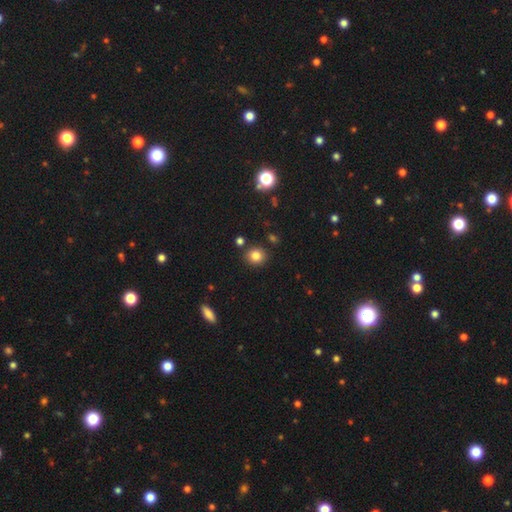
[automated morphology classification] type=smooth (82%); roundness=round (82%); merging=none (85%).